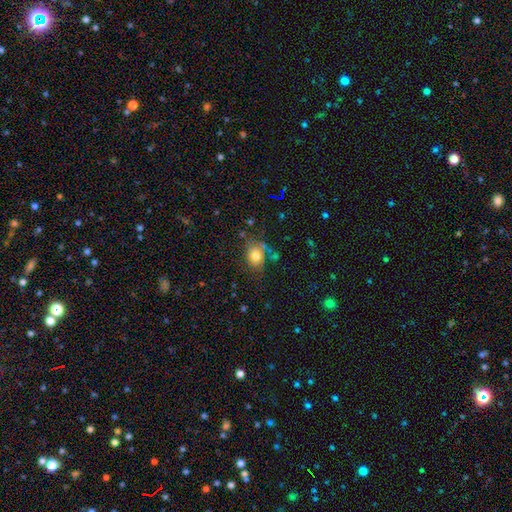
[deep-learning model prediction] Overall: smooth (77%). How rounded: round (51%; in between 48%). Merging: none (65%).